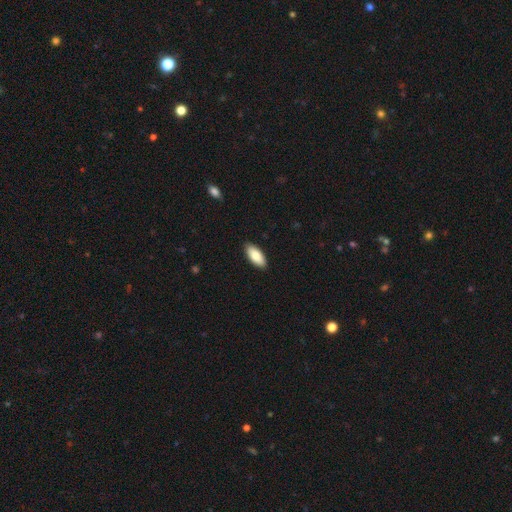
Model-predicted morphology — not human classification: A smooth galaxy with no disk features (84%) that is in between round and cigar-shaped (88%).

Vote fractions:
- Smooth or featured? smooth: 84% / featured or disk: 10% / star or artifact: 6%
- How rounded? in between: 88% / cigar-shaped: 10% / round: 2%
- Merging? none: 89% / minor disturbance: 8% / major disturbance: 2% / merger: 1%